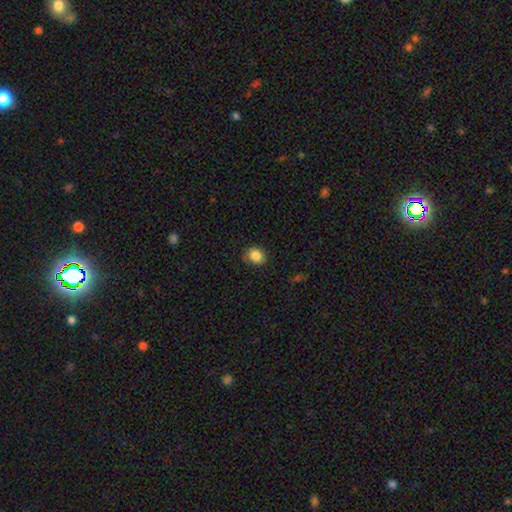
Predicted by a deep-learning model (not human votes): smooth_or_featured: smooth (p=0.86) [alt: star or artifact p=0.09]
how_rounded: round (p=0.68) [alt: in between p=0.31]
merging: none (p=0.84) [alt: minor disturbance p=0.13]